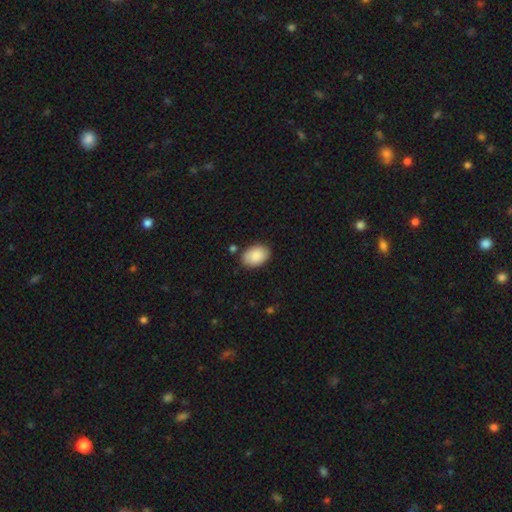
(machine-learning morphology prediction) This appears to be a smooth galaxy with no disk features (88%) that is in between round and cigar-shaped (88%). Merging: none (84%).